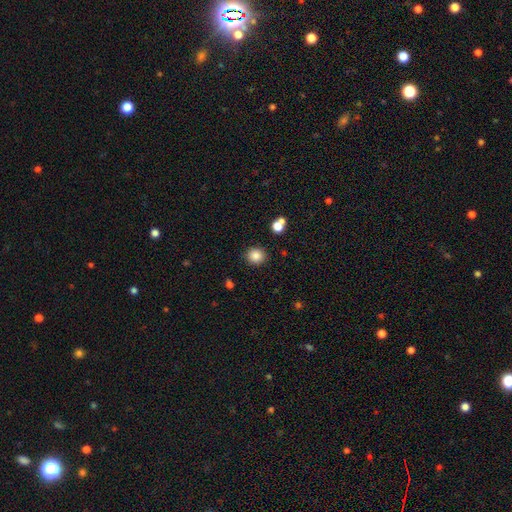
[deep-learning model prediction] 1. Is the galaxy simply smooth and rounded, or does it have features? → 85% smooth, 10% star or artifact, 4% featured or disk.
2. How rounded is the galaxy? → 87% round, 12% in between, 1% cigar-shaped.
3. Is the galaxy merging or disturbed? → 88% none, 7% minor disturbance, 3% merger, 2% major disturbance.